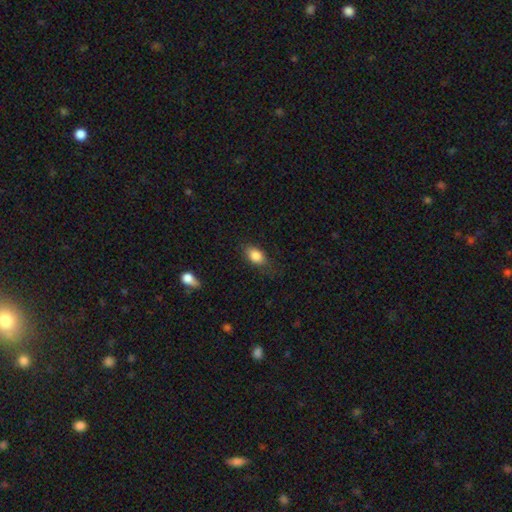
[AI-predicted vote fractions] Smooth or featured?
  - smooth: 84% *
  - star or artifact: 8%
  - featured or disk: 8%
How rounded?
  - in between: 83% *
  - round: 13%
  - cigar-shaped: 4%
Merging?
  - none: 72% *
  - minor disturbance: 20%
  - major disturbance: 6%
  - merger: 2%